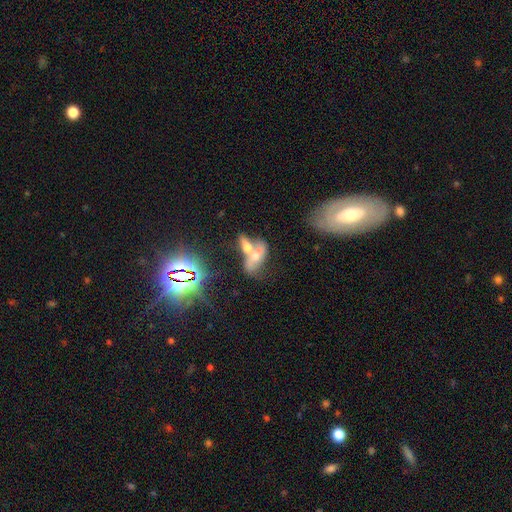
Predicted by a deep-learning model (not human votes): This appears to be a featured or disk galaxy (43%). Merging: merger (66%).